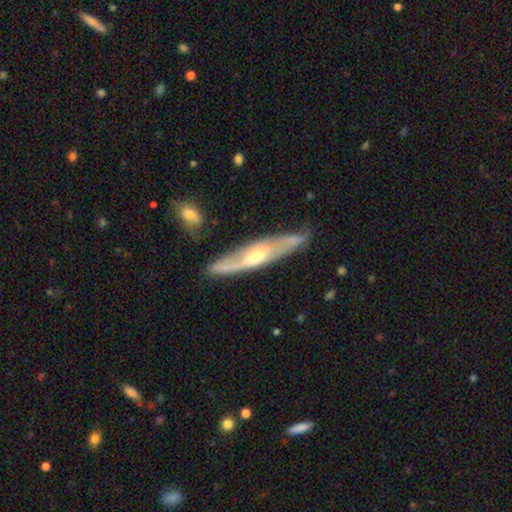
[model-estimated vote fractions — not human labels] The model was most divided on "edge-on disk": no: 54%, yes: 46%. More confident: smooth or featured — featured or disk (70%); merging — none (68%).